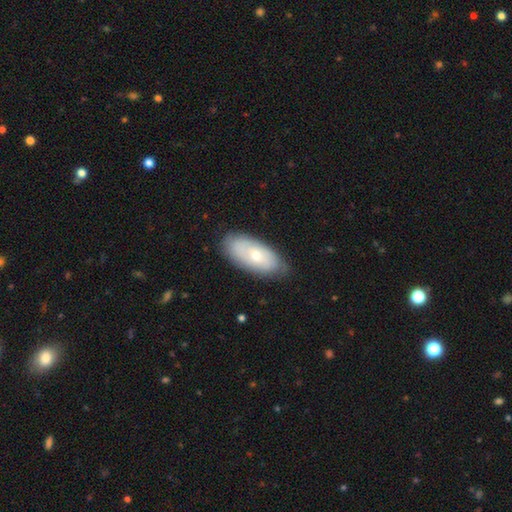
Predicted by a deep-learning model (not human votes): This appears to be a smooth galaxy with no disk features (51%) that is in between round and cigar-shaped (89%). Merging: none (78%).